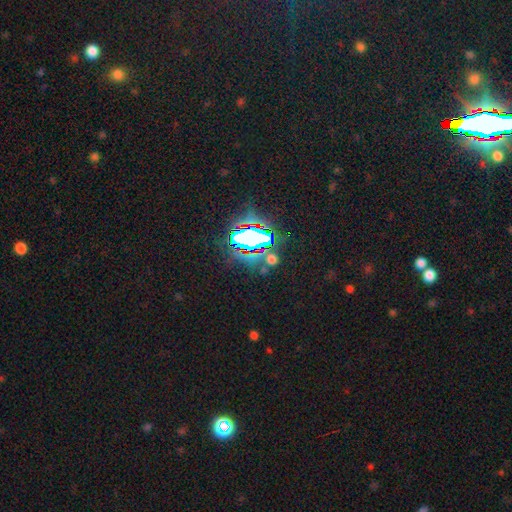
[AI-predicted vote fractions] This is clearly a star or artifact rather than a galaxy (82%).